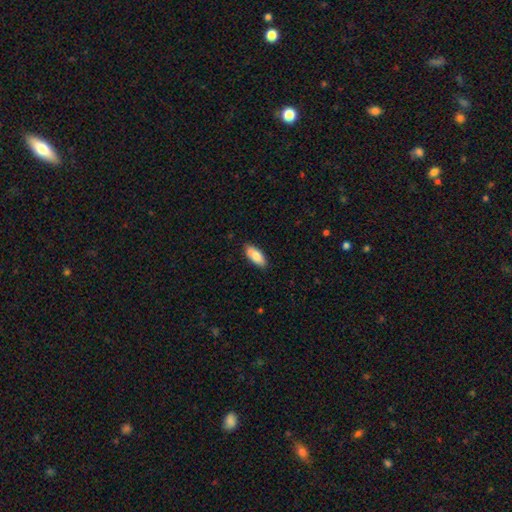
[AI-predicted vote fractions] This is clearly a smooth galaxy (82%). How rounded: clearly in between (82%). Merging: clearly none (85%).